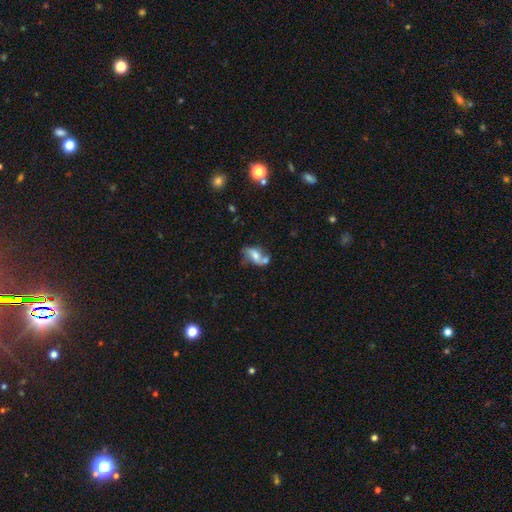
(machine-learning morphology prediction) smooth-or-featured: smooth: 45% (tied) | featured or disk: 45% (tied) | star or artifact: 11%
  merging: merger: 38% | none: 36% | minor disturbance: 17% | major disturbance: 9%